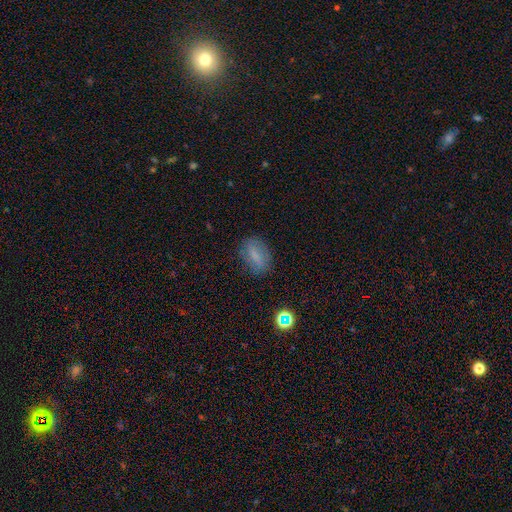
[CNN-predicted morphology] Smooth or featured?
  - smooth: 71% *
  - featured or disk: 17%
  - star or artifact: 12%
How rounded?
  - in between: 79% *
  - round: 13%
  - cigar-shaped: 7%
Merging?
  - none: 80% *
  - minor disturbance: 14%
  - major disturbance: 4%
  - merger: 2%